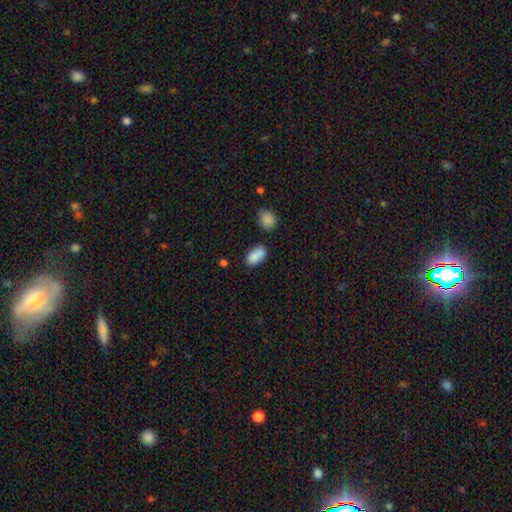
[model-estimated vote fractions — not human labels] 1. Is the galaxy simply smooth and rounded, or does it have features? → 84% smooth, 8% star or artifact, 7% featured or disk.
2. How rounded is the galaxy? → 89% in between, 7% round, 4% cigar-shaped.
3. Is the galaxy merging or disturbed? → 58% none, 18% minor disturbance, 18% merger, 5% major disturbance.